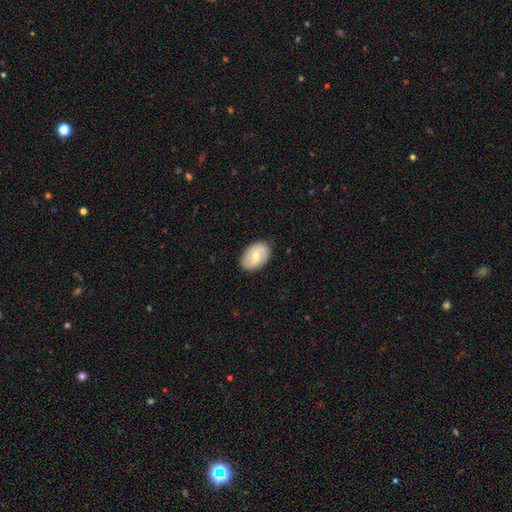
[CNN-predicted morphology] Smooth or featured: smooth — 54% (featured or disk — 40%)
How rounded: in between — 85% (round — 14%)
Merging: none — 84% (minor disturbance — 12%)